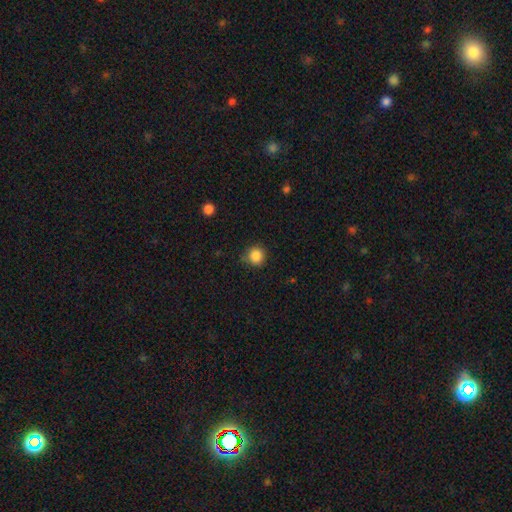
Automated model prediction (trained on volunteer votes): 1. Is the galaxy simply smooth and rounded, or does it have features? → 86% smooth, 10% star or artifact, 3% featured or disk.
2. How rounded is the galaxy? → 90% round, 9% in between, 1% cigar-shaped.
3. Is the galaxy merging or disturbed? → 79% none, 16% minor disturbance, 4% major disturbance, 2% merger.